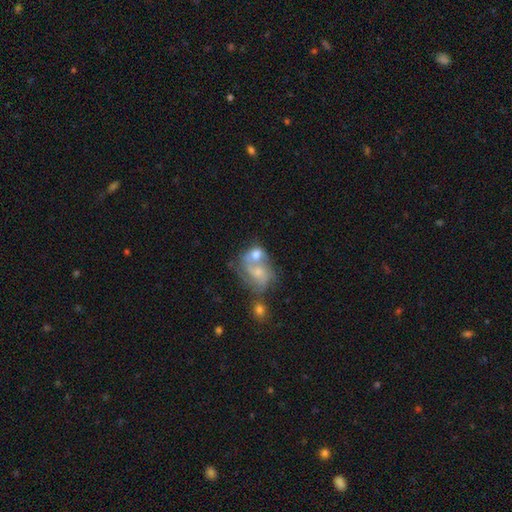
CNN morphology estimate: Smooth or featured: featured or disk — 60% (smooth — 31%)
Edge-on disk: no — 97% (yes — 3%)
Bar: no — 73% (weak — 23%)
Spiral arms: yes — 73% (no — 27%)
Bulge size: moderate — 47% (small — 35%)
Merging: merger — 56% (none — 23%)